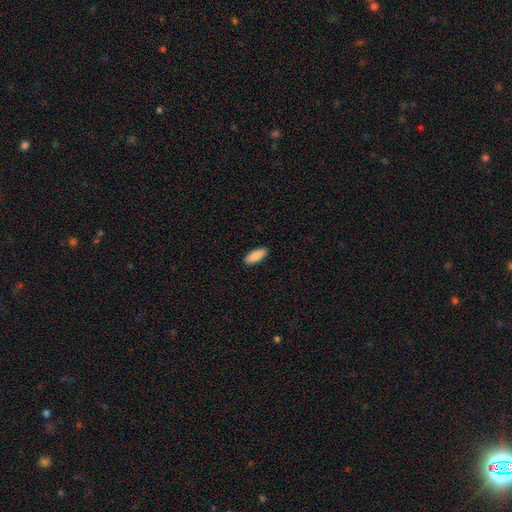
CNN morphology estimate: Smooth or featured? smooth (89%)
How rounded? in between (81%)
Merging? none (90%)